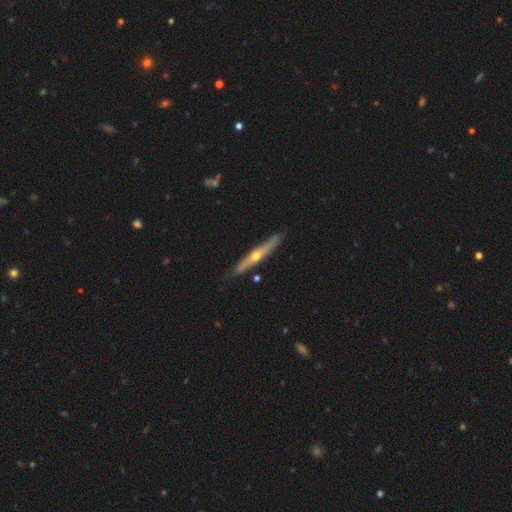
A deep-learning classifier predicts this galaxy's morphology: This is likely a featured or disk galaxy (70%). It is clearly viewed edge-on (95%). Edge-on bulge: clearly rounded (89%). Merging: clearly none (87%).